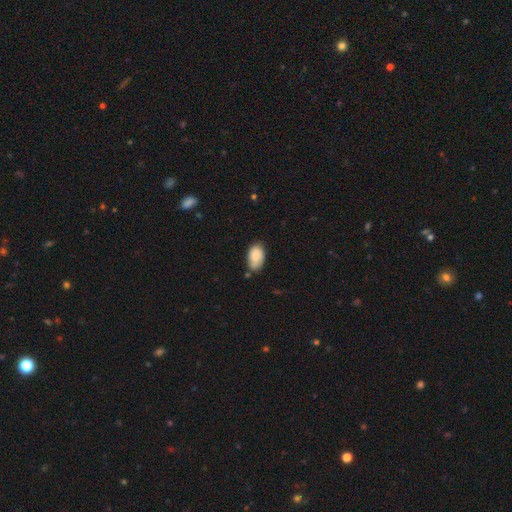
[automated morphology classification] A smooth galaxy with no disk features (86%) that is in between round and cigar-shaped (92%). Merging: none (63%).